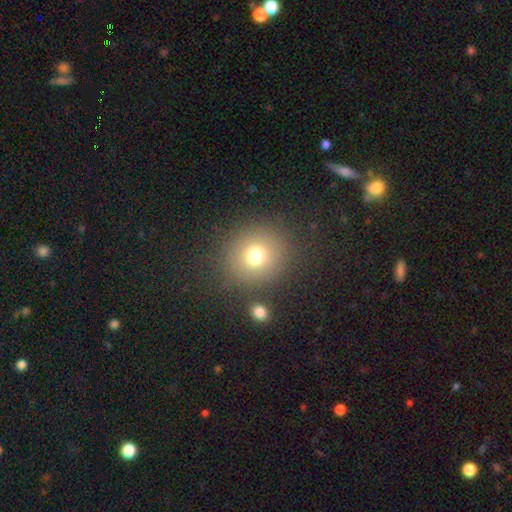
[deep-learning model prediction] Smooth or featured: smooth — 73% (star or artifact — 17%)
How rounded: round — 86% (in between — 13%)
Merging: none — 82% (minor disturbance — 8%)